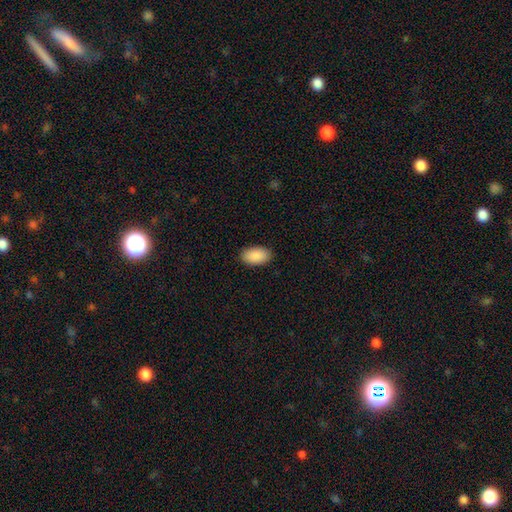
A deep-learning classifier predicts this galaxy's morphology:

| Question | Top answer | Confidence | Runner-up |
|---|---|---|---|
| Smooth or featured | smooth | 91% | star or artifact (6%) |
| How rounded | in between | 95% | round (3%) |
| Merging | none | 89% | minor disturbance (8%) |